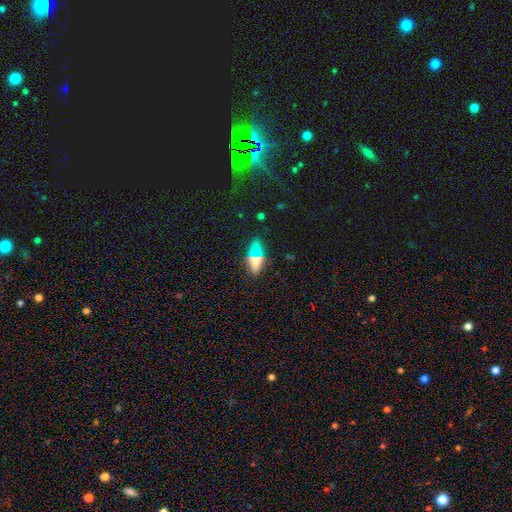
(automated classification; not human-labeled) smooth_or_featured: smooth (p=0.64) [alt: featured or disk p=0.20]
how_rounded: in between (p=0.70) [alt: cigar-shaped p=0.23]
merging: none (p=0.83) [alt: minor disturbance p=0.11]